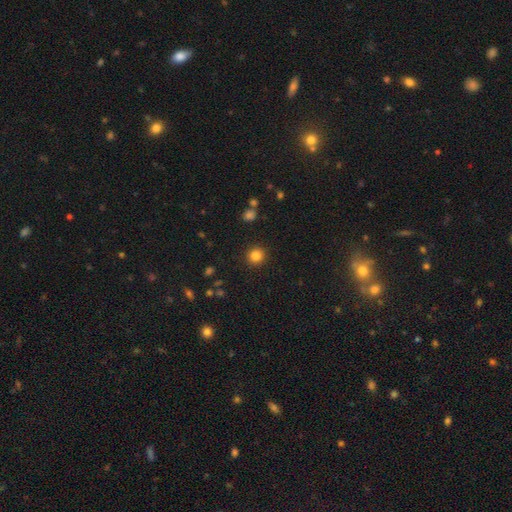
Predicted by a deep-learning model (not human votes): Q: Smooth or featured?
A: smooth (83%); runner-up: star or artifact (12%)
Q: How rounded?
A: round (92%); runner-up: in between (7%)
Q: Merging?
A: none (91%); runner-up: minor disturbance (5%)